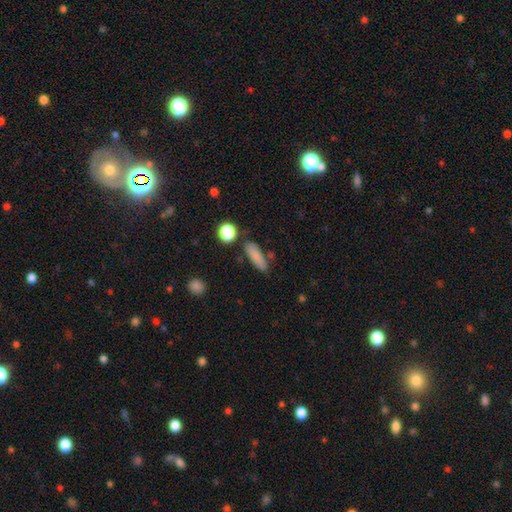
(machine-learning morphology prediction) Smooth or featured? smooth (82%)
How rounded? cigar-shaped (52%)
Merging? none (77%)